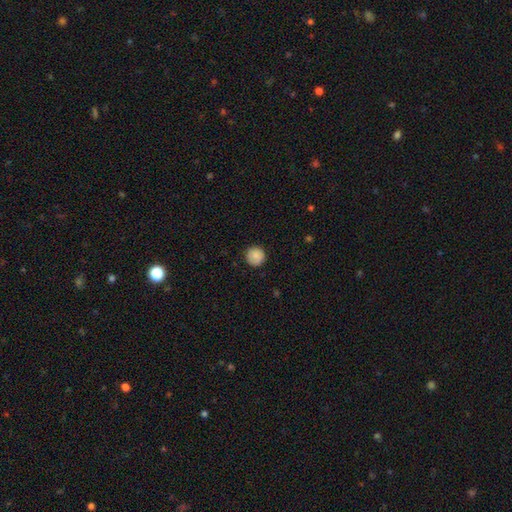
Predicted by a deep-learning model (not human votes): Q: Smooth or featured?
A: smooth (86%); runner-up: star or artifact (8%)
Q: How rounded?
A: round (95%); runner-up: in between (4%)
Q: Merging?
A: none (89%); runner-up: minor disturbance (9%)